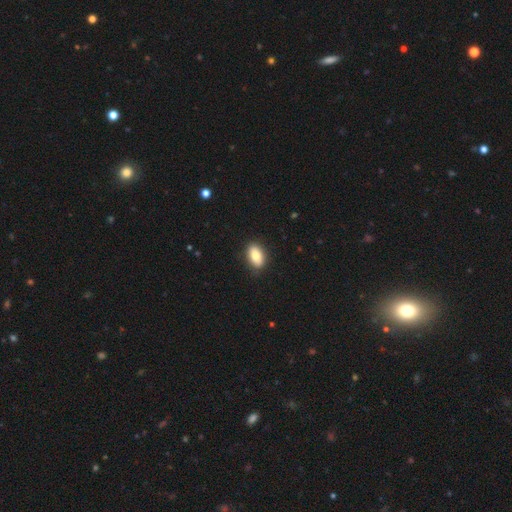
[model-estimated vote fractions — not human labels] Smooth or featured: smooth — 82% (featured or disk — 11%)
How rounded: in between — 90% (round — 6%)
Merging: none — 87% (minor disturbance — 10%)